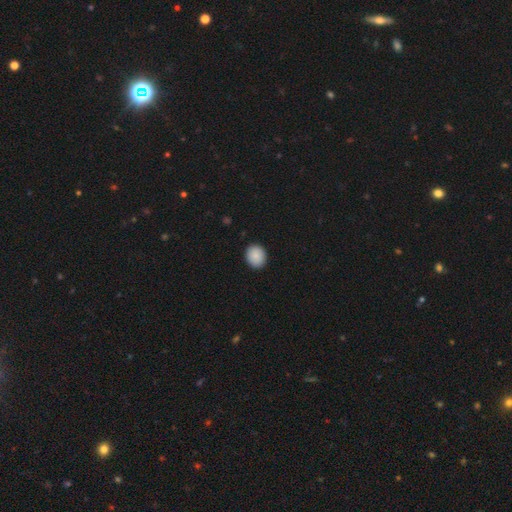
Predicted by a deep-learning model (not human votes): smooth 89%, star or artifact 7%, featured or disk 4%. Down the decision tree: how rounded — round (71%); merging — none (91%).